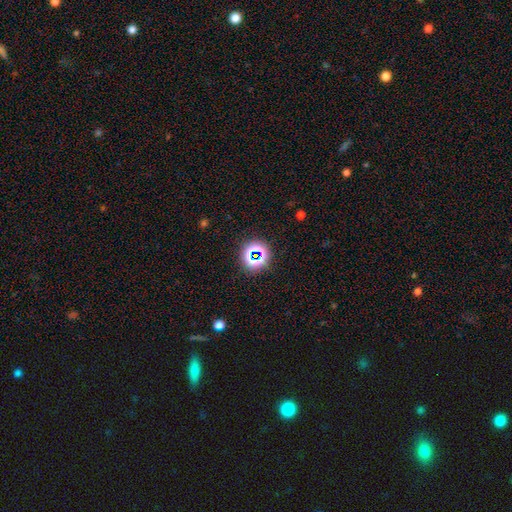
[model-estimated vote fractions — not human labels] Smooth or featured?
  - star or artifact: 61% *
  - smooth: 28%
  - featured or disk: 10%